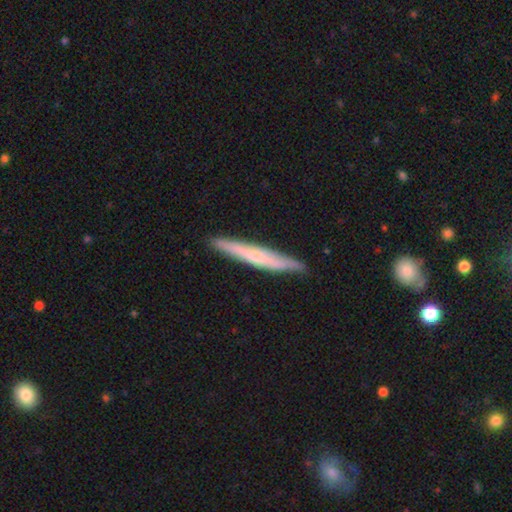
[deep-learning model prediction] Smooth or featured?
  - featured or disk: 49% *
  - smooth: 46%
  - star or artifact: 5%
Merging?
  - none: 86% *
  - minor disturbance: 11%
  - major disturbance: 2%
  - merger: 1%